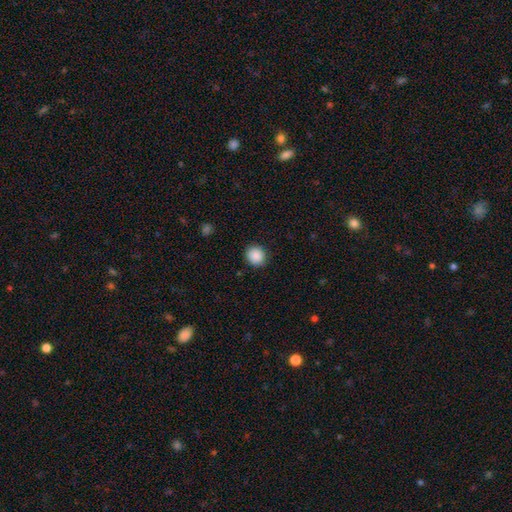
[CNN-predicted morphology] type=smooth (89%); roundness=round (86%); merging=none (90%).